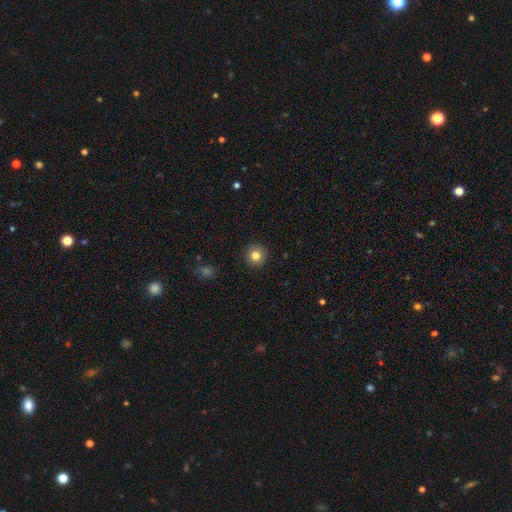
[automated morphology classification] Smooth or featured: smooth — 82% (star or artifact — 10%)
How rounded: round — 95% (in between — 4%)
Merging: none — 92% (minor disturbance — 6%)